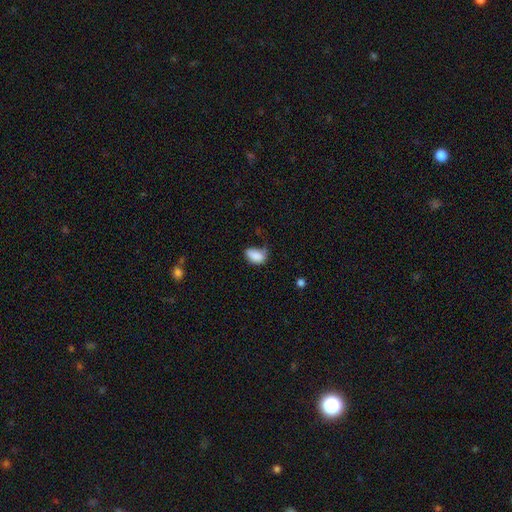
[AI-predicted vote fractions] Overall: smooth (85%). How rounded: in between (89%). Merging: none (43%; minor disturbance 38%).